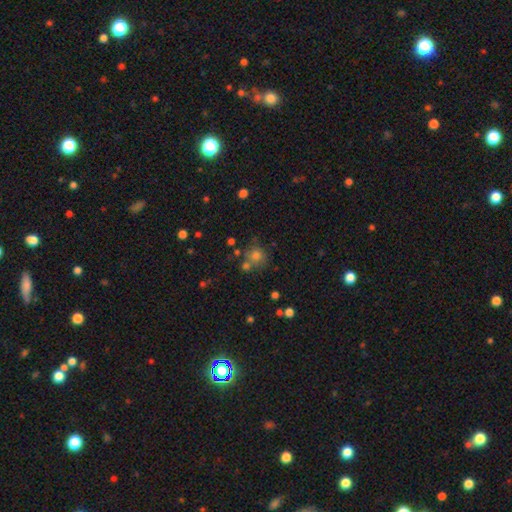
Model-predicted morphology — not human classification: Smooth or featured? smooth (71%)
How rounded? round (88%)
Merging? none (65%)